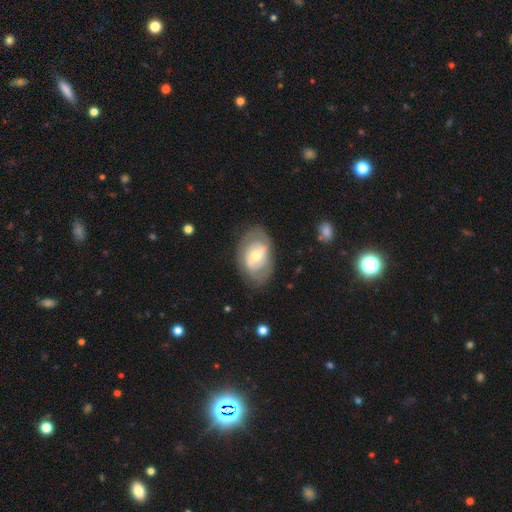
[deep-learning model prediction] featured or disk 65%, smooth 29%, star or artifact 6%. Down the decision tree: edge-on disk — no (95%); bar — no (53%); spiral arms — yes (67%); bulge size — moderate (57%); merging — none (72%).